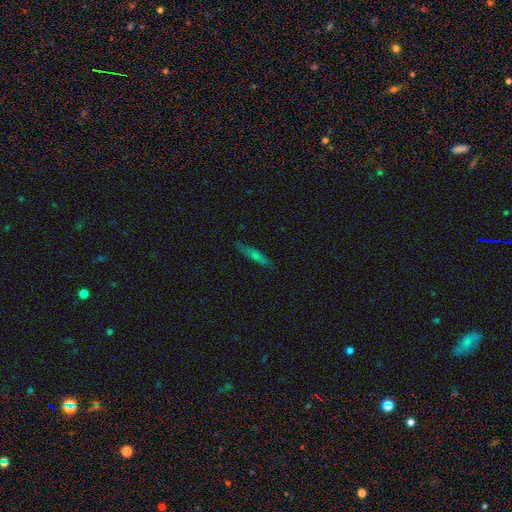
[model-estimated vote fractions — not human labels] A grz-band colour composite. It shows a featured or disk galaxy (44%, tied with smooth). Merging: none (86%).